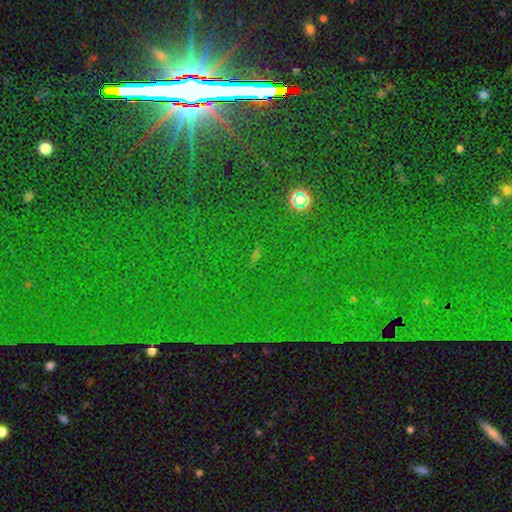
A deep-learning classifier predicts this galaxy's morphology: A star or artifact, not a galaxy (85%).